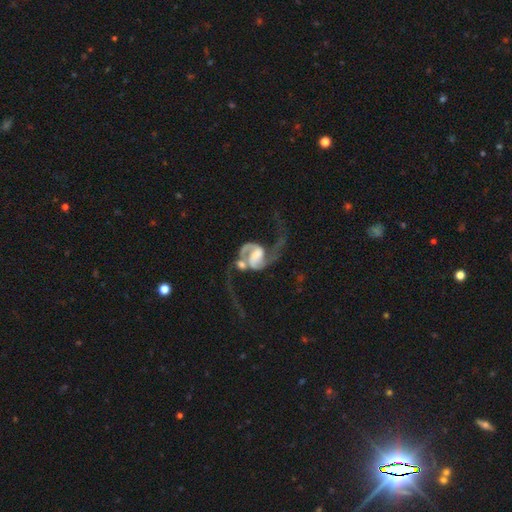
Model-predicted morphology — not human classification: Smooth or featured: featured or disk — 90% (smooth — 5%)
Edge-on disk: no — 98% (yes — 2%)
Bar: weak — 42% (no — 31%)
Spiral arms: yes — 97% (no — 3%)
Spiral winding: loose — 64% (medium — 29%)
Spiral arm count: 2 — 92% (1 — 3%)
Bulge size: moderate — 32% (small — 23%)
Merging: none — 31% (merger — 30%)